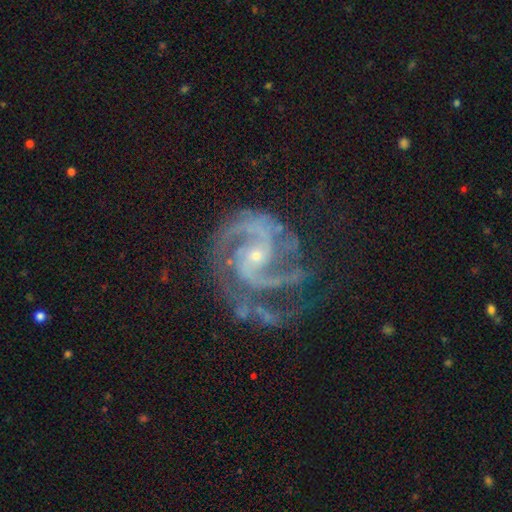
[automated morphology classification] featured or disk 92%, star or artifact 6%, smooth 2%. Down the decision tree: edge-on disk — no (98%); bar — no (51%); spiral arms — yes (98%); spiral arm count — 2 (67%); spiral winding — medium (52%); bulge size — small (77%); merging — none (54%).